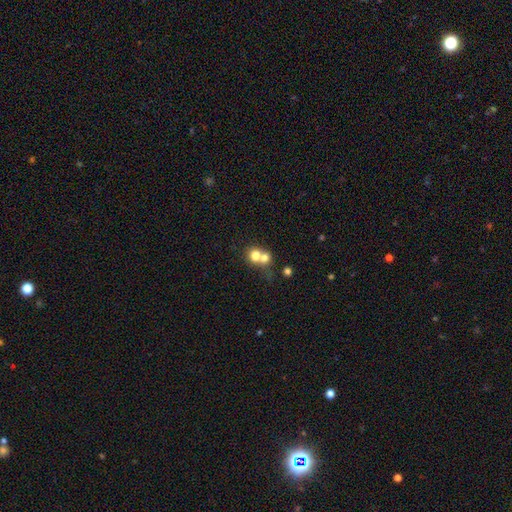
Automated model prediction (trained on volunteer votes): Overall: smooth (73%). How rounded: round (81%). Merging: merger (62%; none 30%).